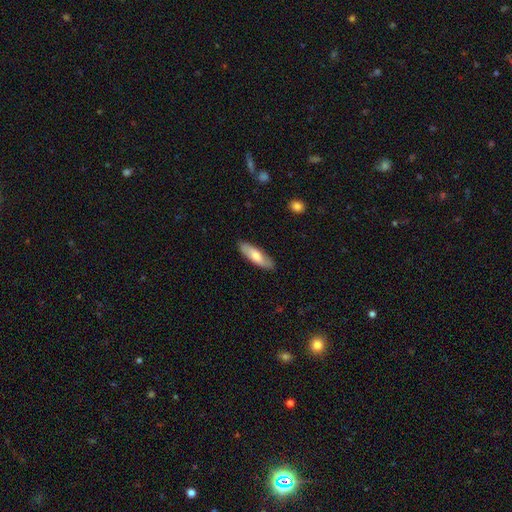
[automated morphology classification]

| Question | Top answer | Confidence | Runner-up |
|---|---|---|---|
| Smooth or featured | smooth | 65% | featured or disk (30%) |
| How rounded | in between | 51% | cigar-shaped (47%) |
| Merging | none | 87% | minor disturbance (10%) |